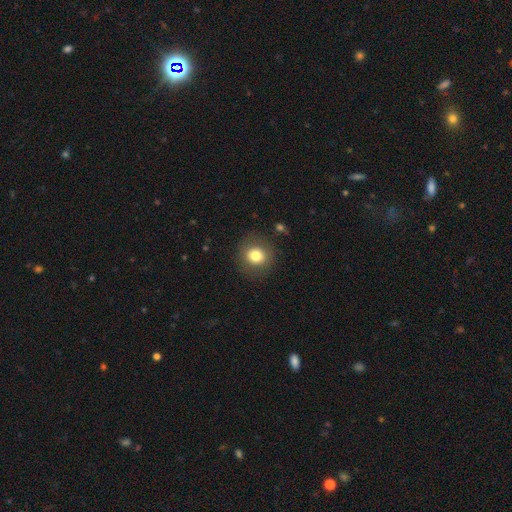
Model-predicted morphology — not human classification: Smooth or featured?
  - smooth: 78% *
  - featured or disk: 11%
  - star or artifact: 11%
How rounded?
  - round: 87% *
  - in between: 12%
  - cigar-shaped: 1%
Merging?
  - none: 86% *
  - minor disturbance: 8%
  - major disturbance: 4%
  - merger: 1%